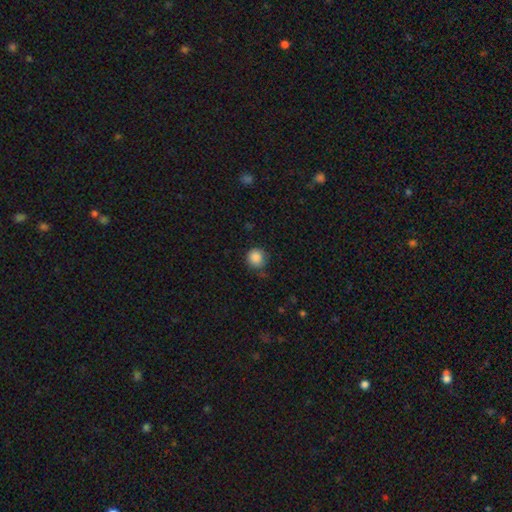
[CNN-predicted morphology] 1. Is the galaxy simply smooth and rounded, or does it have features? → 87% smooth, 9% star or artifact, 4% featured or disk.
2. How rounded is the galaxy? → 93% round, 7% in between, 1% cigar-shaped.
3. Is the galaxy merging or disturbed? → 70% none, 22% minor disturbance, 6% major disturbance, 2% merger.